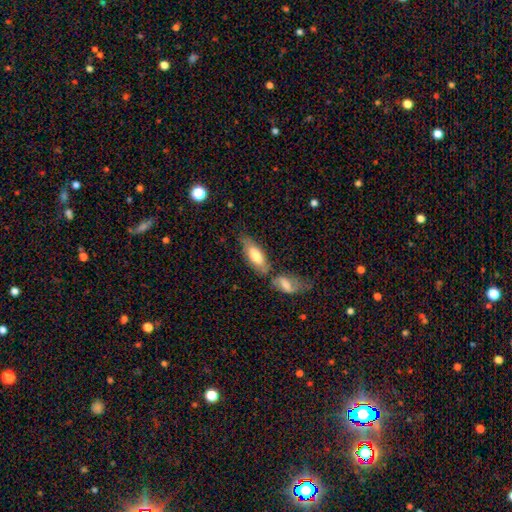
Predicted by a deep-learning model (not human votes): Smooth or featured? Predicted: smooth (p=0.69). How rounded? Predicted: in between (p=0.69). Merging? Predicted: none (p=0.58).